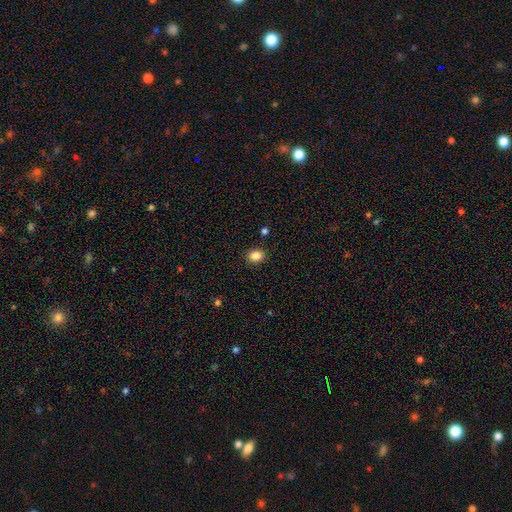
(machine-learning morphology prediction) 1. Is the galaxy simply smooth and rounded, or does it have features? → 85% smooth, 11% star or artifact, 4% featured or disk.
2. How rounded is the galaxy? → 59% round, 41% in between, 1% cigar-shaped.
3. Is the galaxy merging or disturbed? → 89% none, 8% minor disturbance, 2% major disturbance, 2% merger.